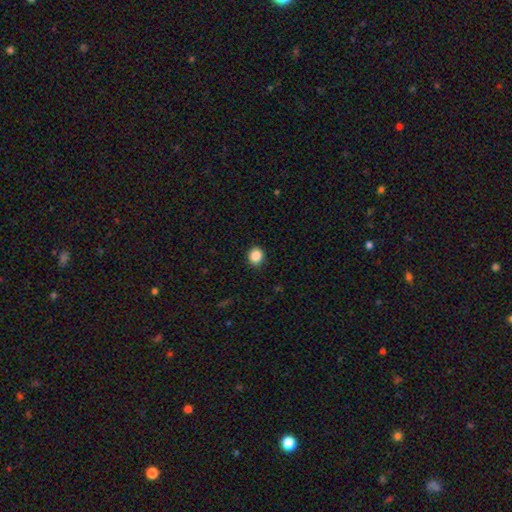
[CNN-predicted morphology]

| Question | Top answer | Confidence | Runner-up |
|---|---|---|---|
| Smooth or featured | smooth | 87% | star or artifact (10%) |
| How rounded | round | 83% | in between (16%) |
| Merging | none | 91% | minor disturbance (6%) |